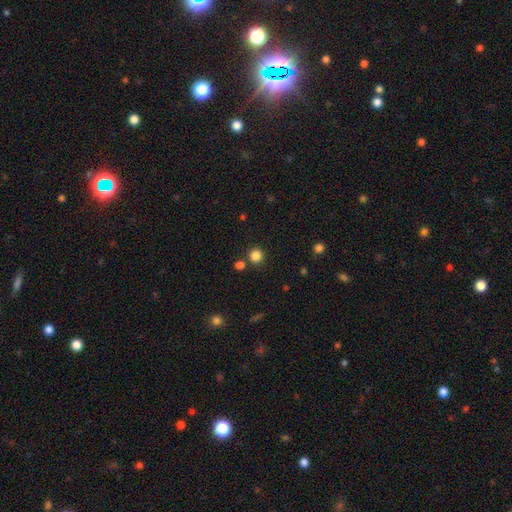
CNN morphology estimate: Q: Smooth or featured?
A: smooth (84%); runner-up: star or artifact (13%)
Q: How rounded?
A: round (92%); runner-up: in between (7%)
Q: Merging?
A: none (80%); runner-up: merger (10%)